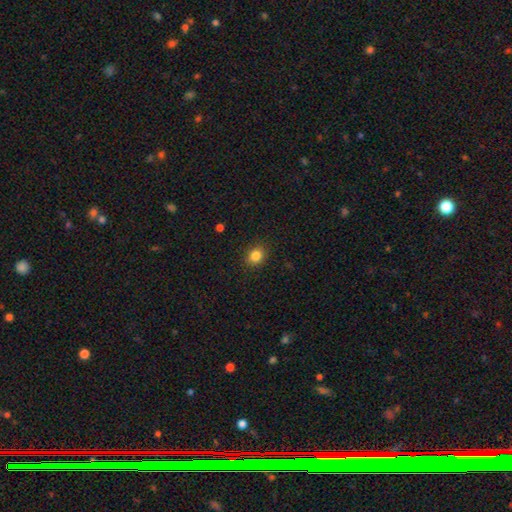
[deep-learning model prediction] This is clearly a smooth galaxy (84%). How rounded: likely round (65%). Merging: clearly none (89%).